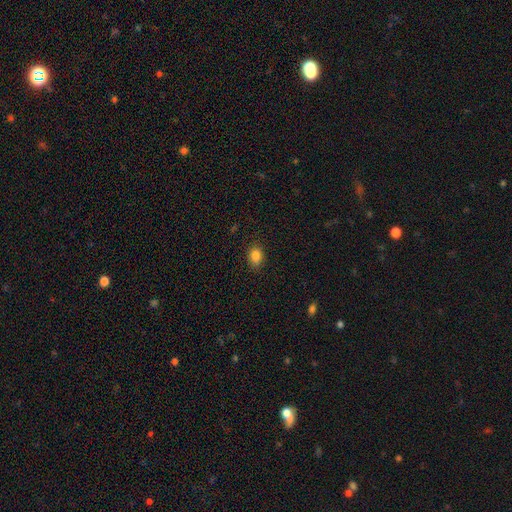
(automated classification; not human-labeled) This is clearly a smooth galaxy (85%). How rounded: likely in between (66%). Merging: clearly none (85%).